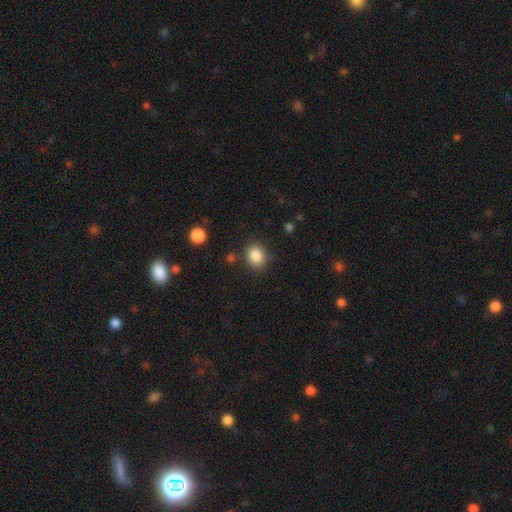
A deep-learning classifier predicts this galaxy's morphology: A smooth galaxy with no disk features (86%) that is round (60%).

Vote fractions:
- Smooth or featured? smooth: 86% / star or artifact: 9% / featured or disk: 4%
- How rounded? round: 60% / in between: 39% / cigar-shaped: 1%
- Merging? none: 83% / minor disturbance: 10% / major disturbance: 4% / merger: 3%